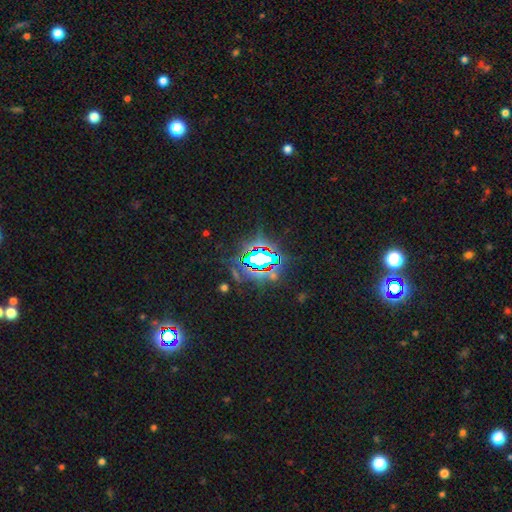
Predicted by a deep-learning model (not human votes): Smooth or featured? Predicted: star or artifact (p=0.77).